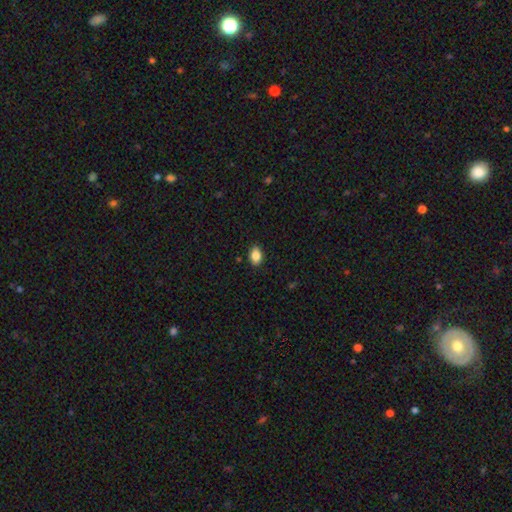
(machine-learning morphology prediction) This is clearly a smooth galaxy (86%). How rounded: clearly in between (85%). Merging: clearly none (88%).